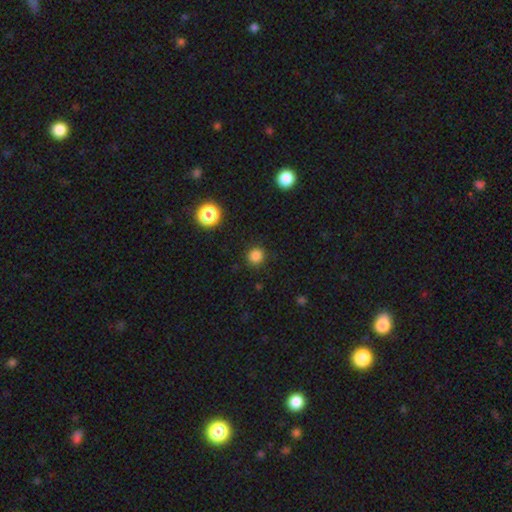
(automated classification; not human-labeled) A smooth galaxy with no disk features (82%) that is round (92%). Merging: none (90%).